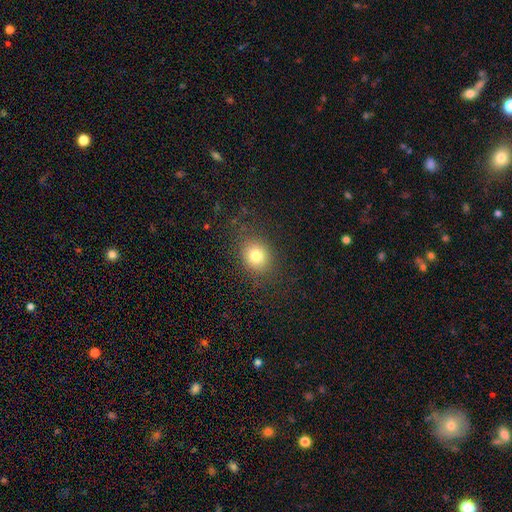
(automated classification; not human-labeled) smooth 78%, star or artifact 13%, featured or disk 9%. Down the decision tree: how rounded — round (70%); merging — none (84%).